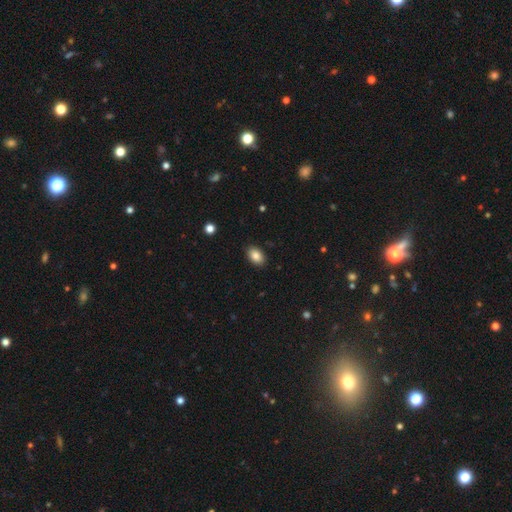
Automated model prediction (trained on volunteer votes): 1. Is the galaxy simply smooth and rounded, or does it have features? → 86% smooth, 8% star or artifact, 6% featured or disk.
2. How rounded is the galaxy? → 89% in between, 10% round, 1% cigar-shaped.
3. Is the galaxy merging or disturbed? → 89% none, 8% minor disturbance, 2% major disturbance, 1% merger.